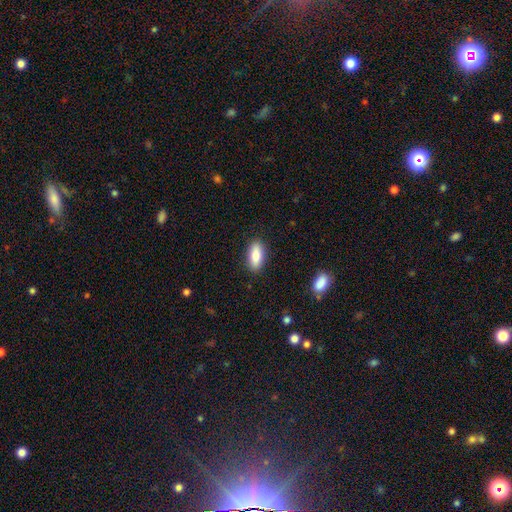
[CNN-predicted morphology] The model was most divided on "how rounded": in between: 85%, cigar-shaped: 12%, round: 3%. More confident: merging — none (88%); smooth or featured — smooth (83%).